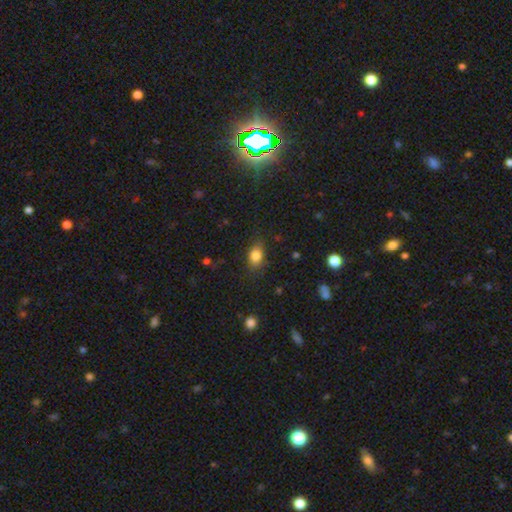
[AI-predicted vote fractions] A smooth galaxy with no disk features (82%) that is in between round and cigar-shaped (76%). Merging: none (79%).